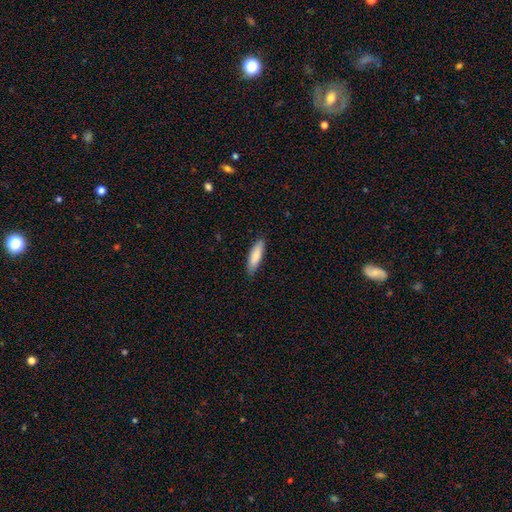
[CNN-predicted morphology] Smooth or featured? Predicted: smooth (p=0.85). How rounded? Predicted: cigar-shaped (p=0.59). Merging? Predicted: none (p=0.87).